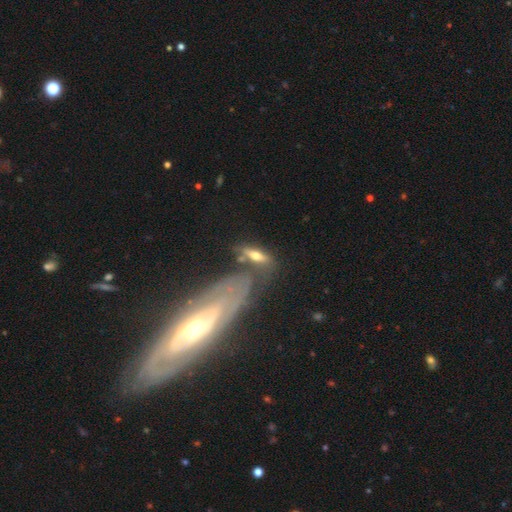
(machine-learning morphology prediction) A smooth galaxy with no disk features (50%).

Vote fractions:
- Smooth or featured? smooth: 50% / featured or disk: 42% / star or artifact: 8%
- Merging? none: 52% / merger: 20% / minor disturbance: 18% / major disturbance: 11%